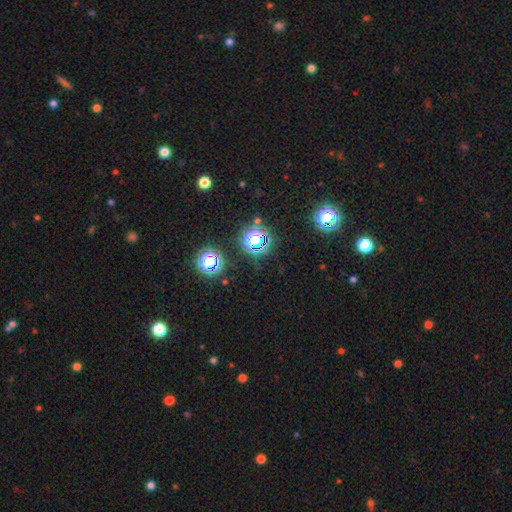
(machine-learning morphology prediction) Overall: star or artifact (76%).